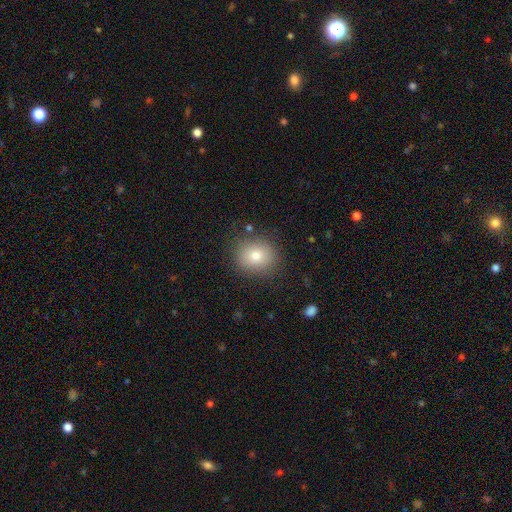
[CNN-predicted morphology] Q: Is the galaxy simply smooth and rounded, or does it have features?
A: smooth — 78%.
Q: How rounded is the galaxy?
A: round — 79%.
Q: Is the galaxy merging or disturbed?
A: none — 85%.